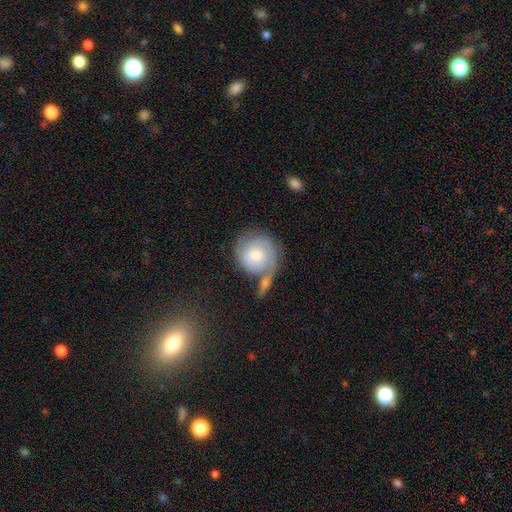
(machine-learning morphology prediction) This appears to be a smooth galaxy with no disk features (49%). Merging: none (43%).